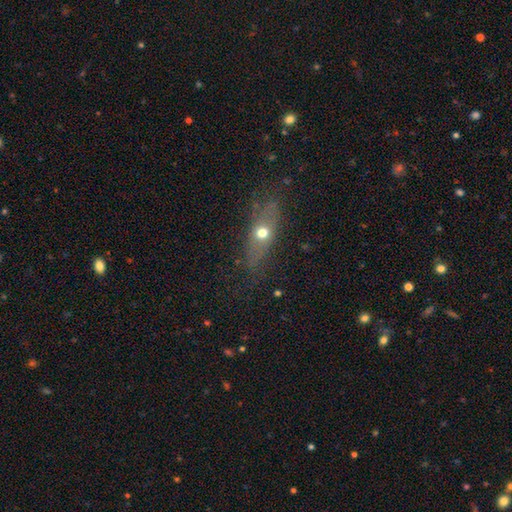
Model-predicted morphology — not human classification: A featured or disk galaxy (45%). Merging: none (77%).